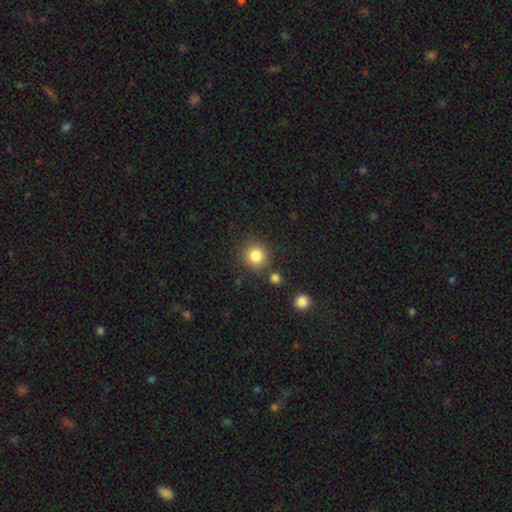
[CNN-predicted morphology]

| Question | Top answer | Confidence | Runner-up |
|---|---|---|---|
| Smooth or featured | smooth | 84% | star or artifact (11%) |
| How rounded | round | 92% | in between (7%) |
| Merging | none | 83% | minor disturbance (8%) |